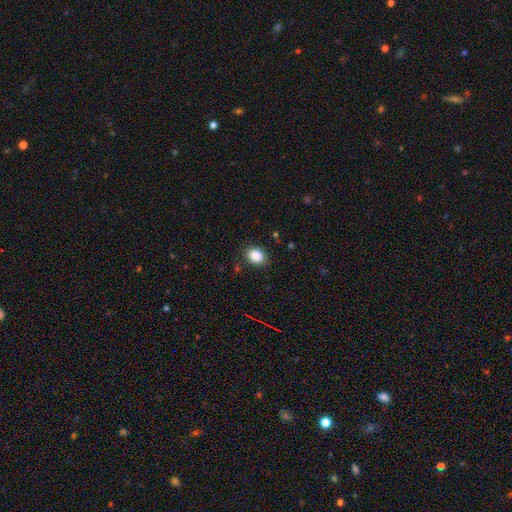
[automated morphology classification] smooth 87%, star or artifact 9%, featured or disk 4%. Down the decision tree: how rounded — in between (51%); merging — none (85%).